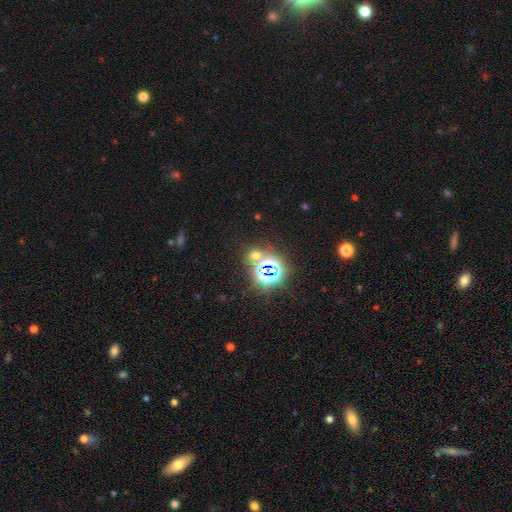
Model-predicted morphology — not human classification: star or artifact 61%, smooth 31%, featured or disk 8%.